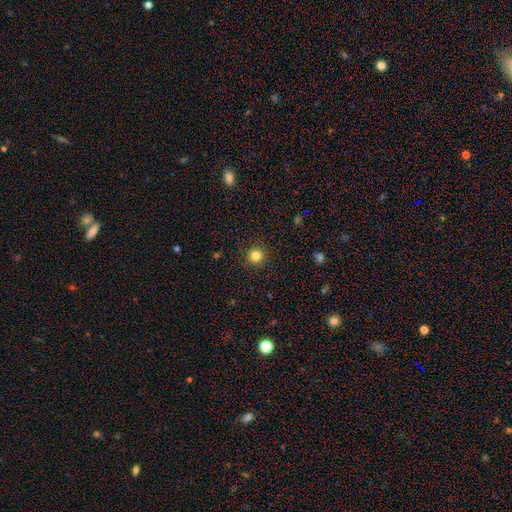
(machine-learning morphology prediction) Smooth or featured?
  - smooth: 82% *
  - star or artifact: 13%
  - featured or disk: 5%
How rounded?
  - round: 95% *
  - in between: 4%
  - cigar-shaped: 1%
Merging?
  - none: 92% *
  - minor disturbance: 5%
  - major disturbance: 2%
  - merger: 1%